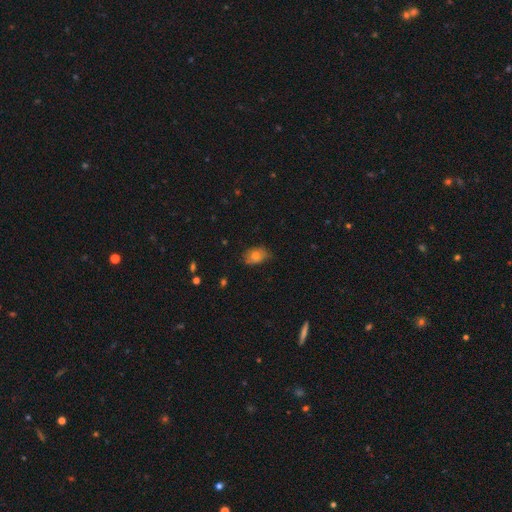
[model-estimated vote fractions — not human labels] Smooth or featured?
  - smooth: 75% *
  - featured or disk: 15%
  - star or artifact: 9%
How rounded?
  - in between: 77% *
  - round: 22%
  - cigar-shaped: 1%
Merging?
  - none: 66% *
  - minor disturbance: 27%
  - major disturbance: 5%
  - merger: 1%